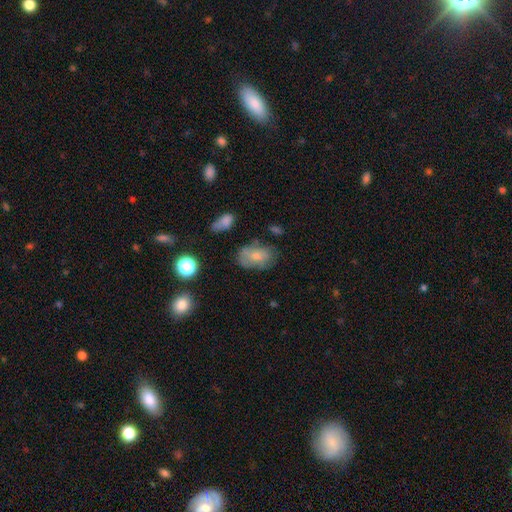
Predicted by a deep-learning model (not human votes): Smooth or featured: smooth — 66% (featured or disk — 24%)
How rounded: in between — 84% (round — 14%)
Merging: none — 58% (minor disturbance — 27%)